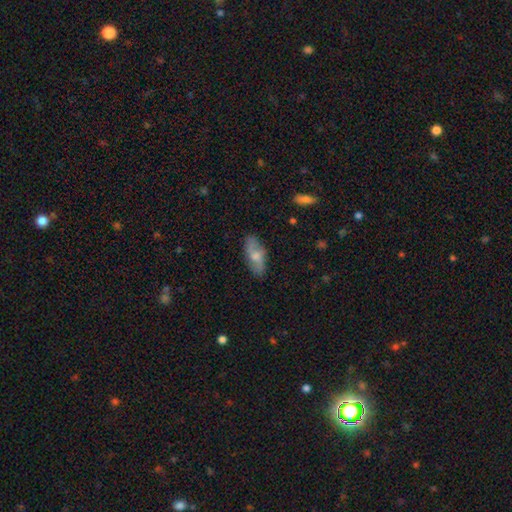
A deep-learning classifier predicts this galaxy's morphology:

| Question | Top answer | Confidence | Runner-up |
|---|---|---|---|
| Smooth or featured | smooth | 57% | featured or disk (37%) |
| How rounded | in between | 85% | cigar-shaped (12%) |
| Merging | none | 78% | minor disturbance (16%) |